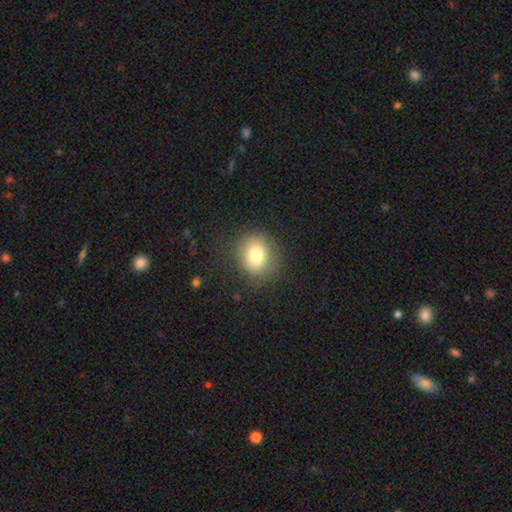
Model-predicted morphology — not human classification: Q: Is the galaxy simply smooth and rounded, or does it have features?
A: smooth — 77%.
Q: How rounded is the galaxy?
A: round — 73%.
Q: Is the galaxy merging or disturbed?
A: none — 79%.